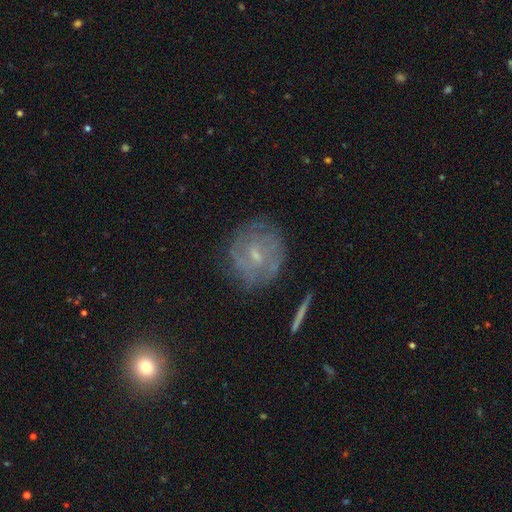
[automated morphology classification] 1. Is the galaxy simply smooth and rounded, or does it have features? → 64% featured or disk, 25% smooth, 11% star or artifact.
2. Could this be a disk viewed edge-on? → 96% no, 4% yes.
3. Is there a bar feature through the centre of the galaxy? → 48% weak, 42% no, 10% strong.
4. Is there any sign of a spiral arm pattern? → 76% yes, 24% no.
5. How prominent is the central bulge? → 69% small, 23% moderate, 6% none, 1% large, 1% dominant.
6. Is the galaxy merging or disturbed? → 75% none, 16% minor disturbance, 7% major disturbance, 2% merger.